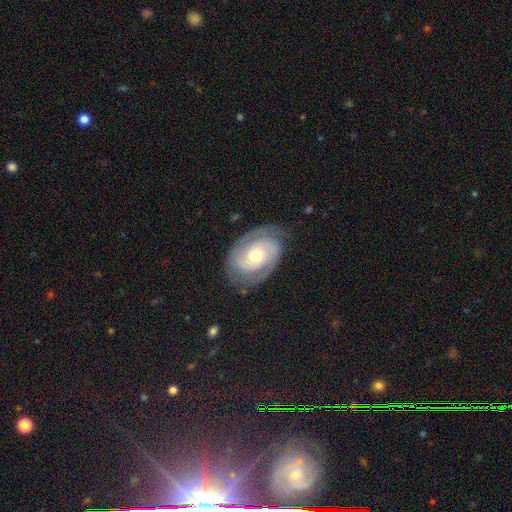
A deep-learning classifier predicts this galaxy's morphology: Smooth or featured? featured or disk (87%)
Edge-on disk? no (97%)
Bar? no (66%)
Spiral arms? yes (97%)
Spiral winding? tight (59%)
Spiral arm count? 2 (88%)
Bulge size? moderate (65%)
Merging? none (78%)